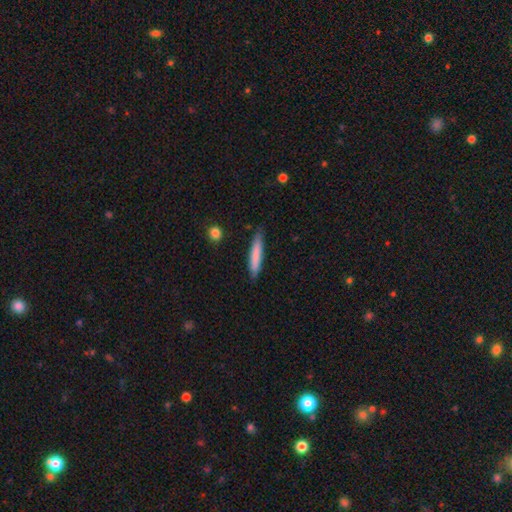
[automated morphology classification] The model was most divided on "smooth or featured": smooth: 79%, featured or disk: 16%, star or artifact: 6%. More confident: how rounded — cigar-shaped (91%); merging — none (82%).